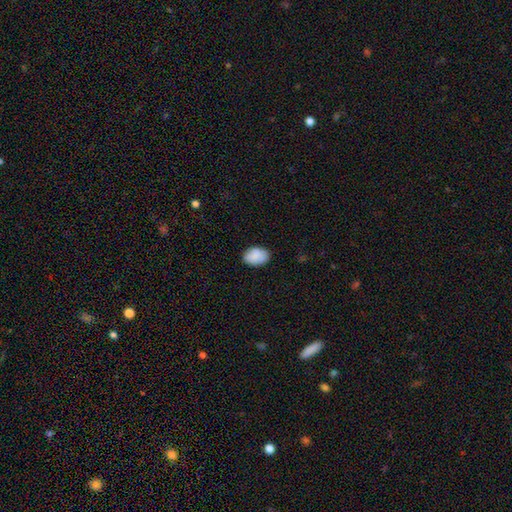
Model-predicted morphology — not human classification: A smooth galaxy with no disk features (87%) that is in between round and cigar-shaped (82%).

Vote fractions:
- Smooth or featured? smooth: 87% / star or artifact: 7% / featured or disk: 6%
- How rounded? in between: 82% / round: 17% / cigar-shaped: 1%
- Merging? none: 81% / minor disturbance: 15% / major disturbance: 3% / merger: 1%